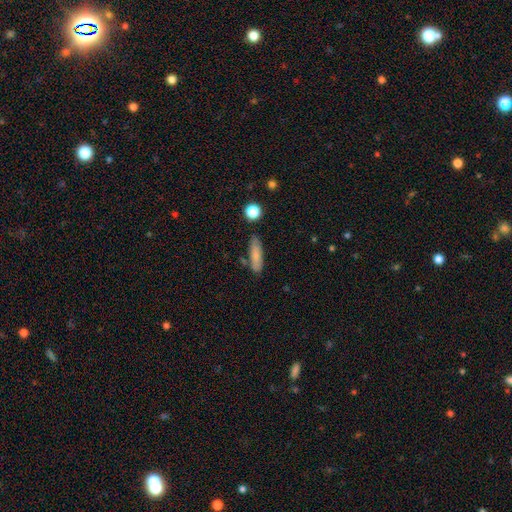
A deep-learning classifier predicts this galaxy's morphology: The model was most divided on "how rounded": cigar-shaped: 61%, in between: 37%, round: 3%. More confident: smooth or featured — smooth (77%); merging — none (76%).